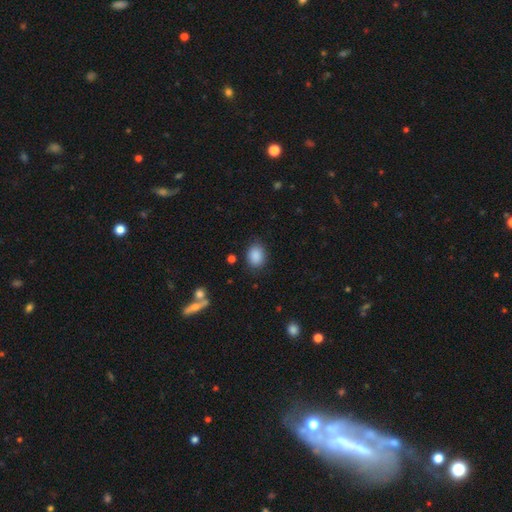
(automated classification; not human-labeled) smooth 88%, star or artifact 8%, featured or disk 4%. Down the decision tree: how rounded — in between (67%); merging — none (84%).